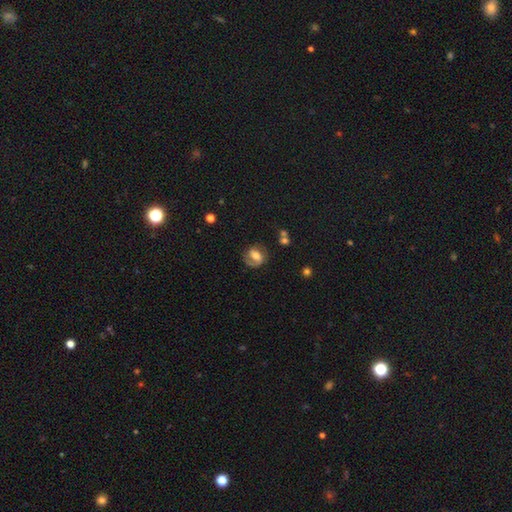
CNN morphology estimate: Smooth or featured: featured or disk — 63% (smooth — 29%)
Edge-on disk: no — 96% (yes — 4%)
Bar: weak — 43% (strong — 34%)
Spiral arms: yes — 82% (no — 18%)
Bulge size: moderate — 64% (small — 17%)
Merging: none — 70% (minor disturbance — 18%)